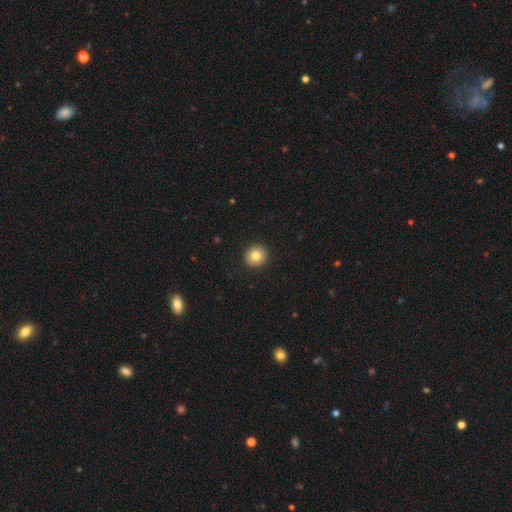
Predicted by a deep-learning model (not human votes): smooth 82%, star or artifact 9%, featured or disk 9%. Down the decision tree: how rounded — round (90%); merging — none (93%).